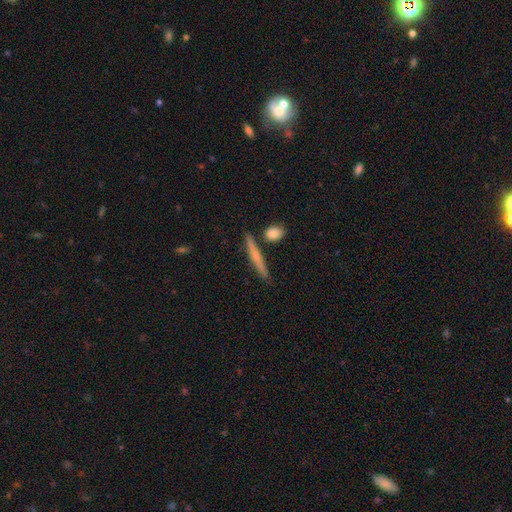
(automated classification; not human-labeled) Q: Smooth or featured?
A: smooth (53%); runner-up: featured or disk (41%)
Q: How rounded?
A: cigar-shaped (92%); runner-up: in between (5%)
Q: Merging?
A: none (81%); runner-up: minor disturbance (10%)